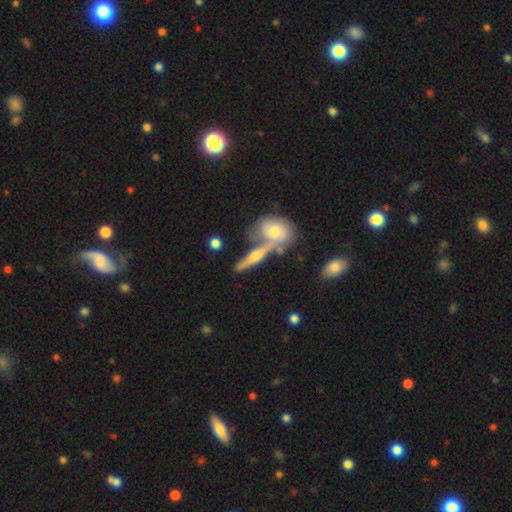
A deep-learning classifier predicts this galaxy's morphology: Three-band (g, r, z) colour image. It shows a featured or disk galaxy (61%) viewed edge-on (87%) with a rounded central bulge (87%). Merging: none (51%).